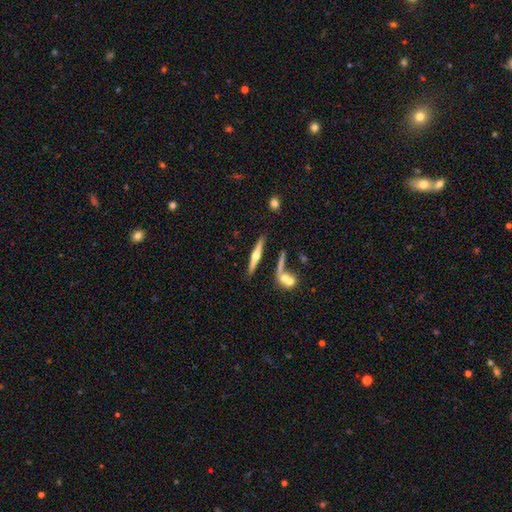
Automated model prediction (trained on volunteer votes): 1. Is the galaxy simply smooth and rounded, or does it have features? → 73% featured or disk, 21% smooth, 6% star or artifact.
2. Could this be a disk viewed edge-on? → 97% yes, 3% no.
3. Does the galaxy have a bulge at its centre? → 94% rounded, 3% none, 3% boxy.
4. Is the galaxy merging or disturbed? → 79% none, 10% merger, 9% minor disturbance, 3% major disturbance.